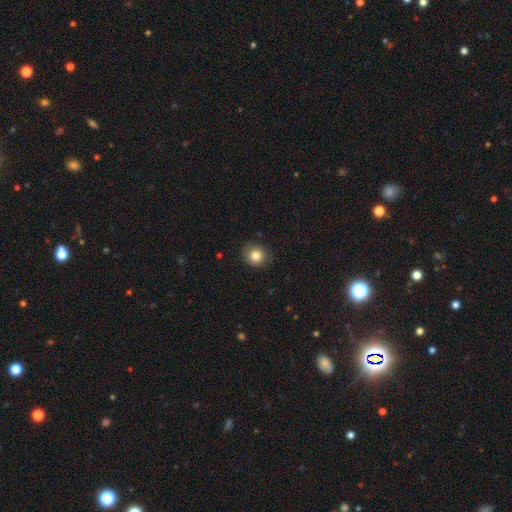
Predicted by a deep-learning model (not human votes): Overall: smooth (84%). How rounded: round (83%). Merging: none (85%).